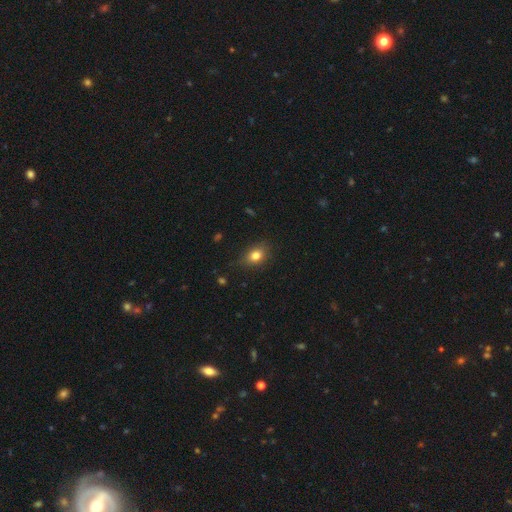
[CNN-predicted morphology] Smooth or featured?
  - smooth: 81% *
  - star or artifact: 11%
  - featured or disk: 8%
How rounded?
  - in between: 64% *
  - round: 34%
  - cigar-shaped: 2%
Merging?
  - none: 79% *
  - minor disturbance: 17%
  - major disturbance: 3%
  - merger: 1%